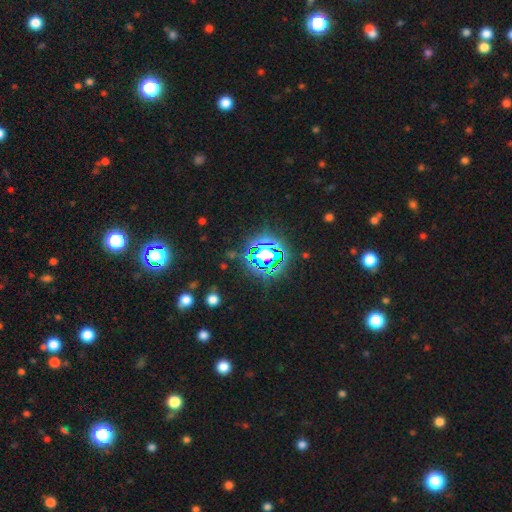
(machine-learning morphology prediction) This is likely a star or artifact rather than a galaxy (80%).